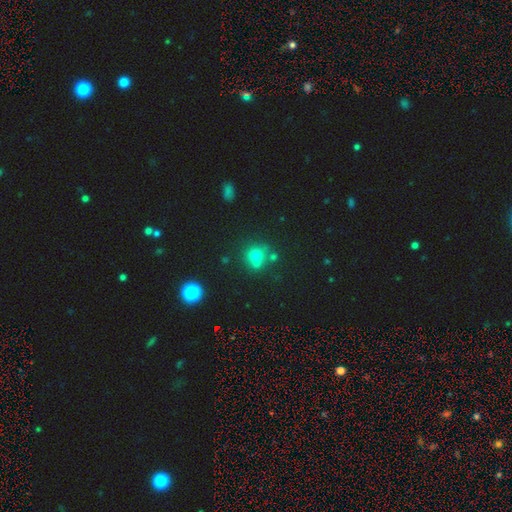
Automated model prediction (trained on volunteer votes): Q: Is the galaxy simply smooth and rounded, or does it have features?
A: smooth — 65%.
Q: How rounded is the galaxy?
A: round — 87%.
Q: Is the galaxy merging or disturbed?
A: none — 55%.